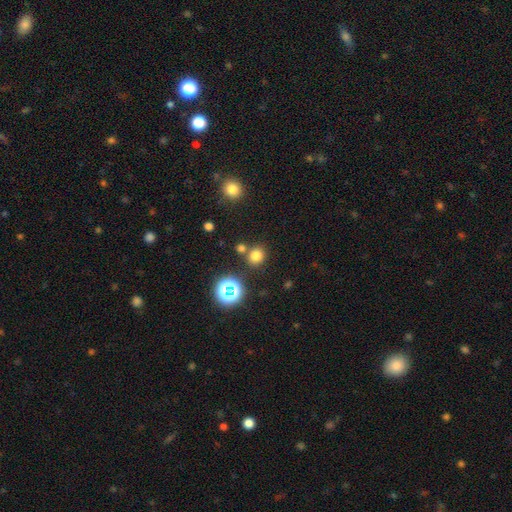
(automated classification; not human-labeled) A smooth galaxy with no disk features (73%) that is round (81%).

Vote fractions:
- Smooth or featured? smooth: 73% / star or artifact: 21% / featured or disk: 6%
- How rounded? round: 81% / in between: 18% / cigar-shaped: 1%
- Merging? none: 75% / merger: 13% / minor disturbance: 9% / major disturbance: 3%